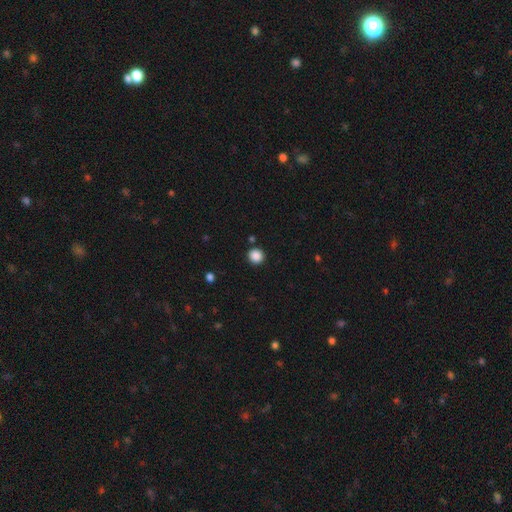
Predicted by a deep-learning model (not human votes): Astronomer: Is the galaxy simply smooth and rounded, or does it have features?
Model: smooth — 87%.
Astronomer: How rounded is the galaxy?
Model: round — 93%.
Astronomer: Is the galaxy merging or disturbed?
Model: none — 90%.